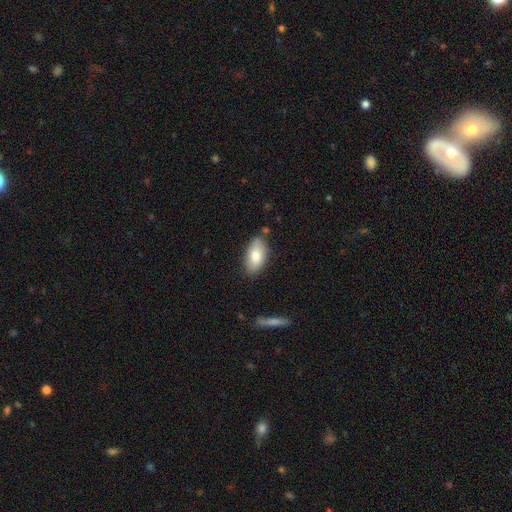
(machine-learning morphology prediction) smooth 79%, featured or disk 14%, star or artifact 6%. Down the decision tree: how rounded — in between (92%); merging — none (78%).